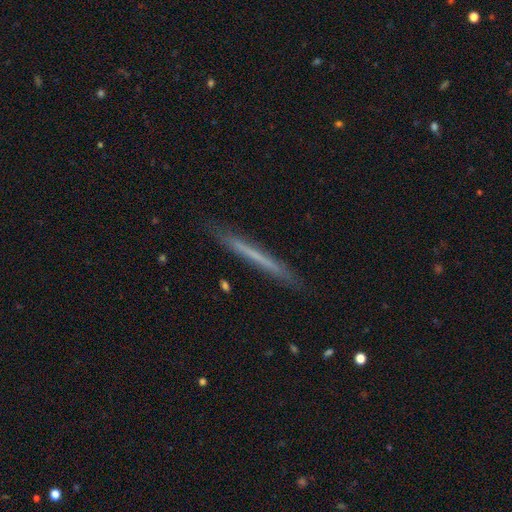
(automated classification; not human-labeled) Overall: smooth (50%; featured or disk 44%). Merging: none (88%).